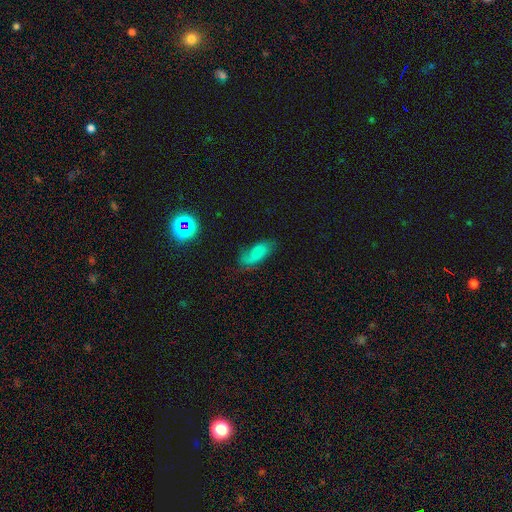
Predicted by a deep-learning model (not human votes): Overall: smooth (57%; featured or disk 27%). How rounded: in between (83%). Merging: none (57%; minor disturbance 28%).